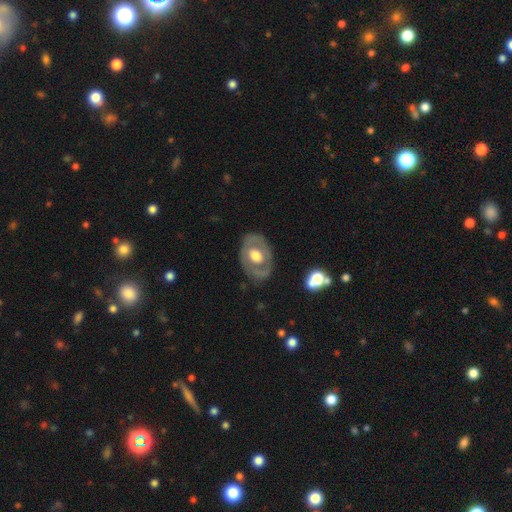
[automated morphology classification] Smooth or featured: featured or disk — 57% (smooth — 37%)
Edge-on disk: no — 92% (yes — 8%)
Bar: no — 80% (weak — 15%)
Spiral arms: no — 81% (yes — 19%)
Bulge size: moderate — 50% (large — 42%)
Merging: none — 78% (minor disturbance — 15%)